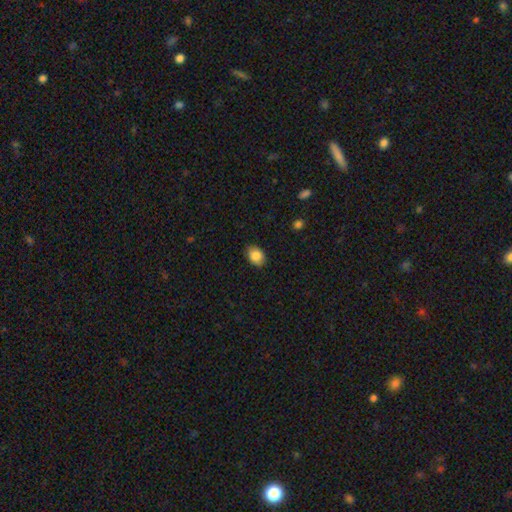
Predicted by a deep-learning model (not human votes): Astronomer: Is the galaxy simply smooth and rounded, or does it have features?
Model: smooth — 86%.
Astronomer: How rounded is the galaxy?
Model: in between — 78%.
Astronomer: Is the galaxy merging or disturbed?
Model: none — 86%.